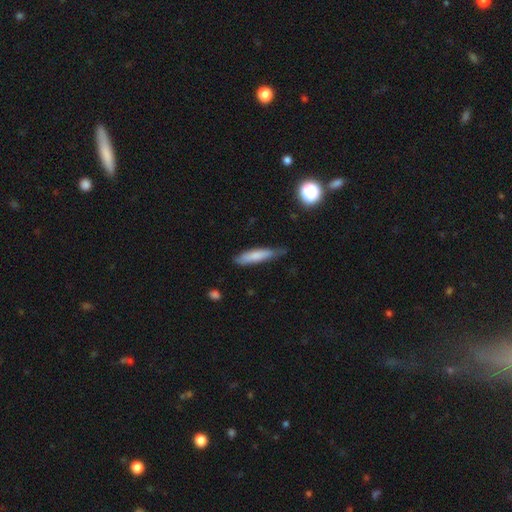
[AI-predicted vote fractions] Smooth or featured: smooth — 76% (featured or disk — 18%)
How rounded: cigar-shaped — 80% (in between — 19%)
Merging: none — 57% (minor disturbance — 34%)